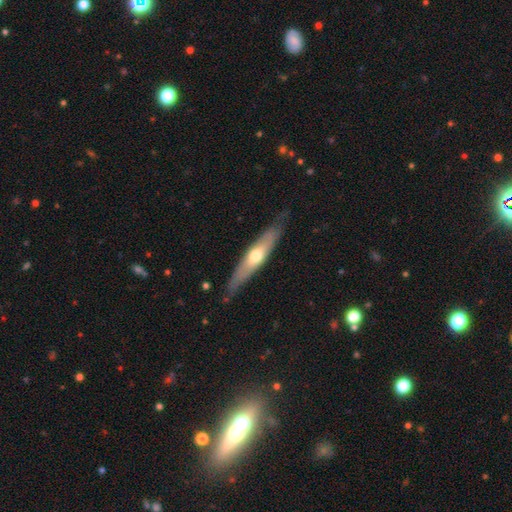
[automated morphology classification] This appears to be a featured or disk galaxy (52%) viewed edge-on (78%). Merging: none (79%).